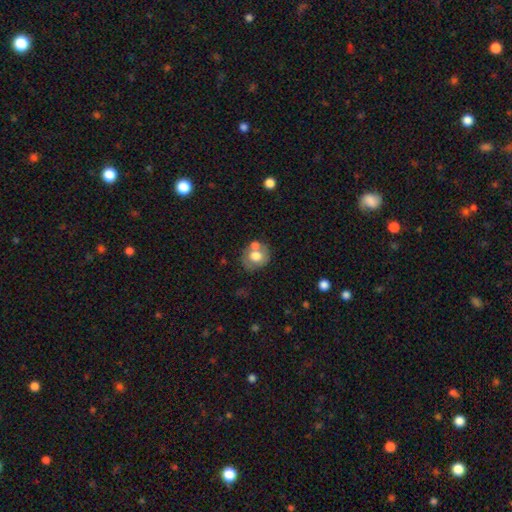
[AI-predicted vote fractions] This appears to be a smooth galaxy with no disk features (64%) that is round (67%). Merging: none (51%).